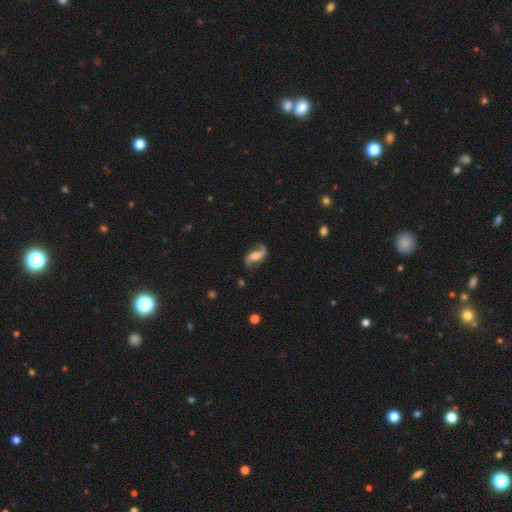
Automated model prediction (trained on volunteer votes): smooth_or_featured: featured or disk (p=0.86) [alt: smooth p=0.09]
disk_edge_on: no (p=0.96) [alt: yes p=0.04]
bar: no (p=0.42) [alt: weak p=0.37]
has_spiral_arms: yes (p=0.96) [alt: no p=0.04]
spiral_winding: loose (p=0.73) [alt: medium p=0.22]
spiral_arm_count: 2 (p=0.93) [alt: 1 p=0.03]
bulge_size: moderate (p=0.57) [alt: small p=0.24]
merging: none (p=0.78) [alt: minor disturbance p=0.15]